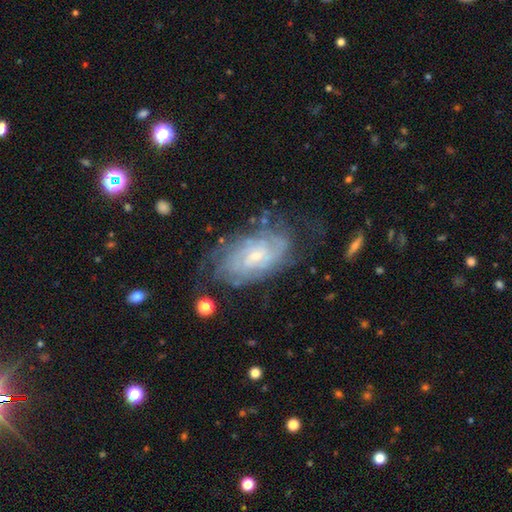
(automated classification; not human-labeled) smooth_or_featured: featured or disk (p=0.80) [alt: smooth p=0.13]
disk_edge_on: no (p=0.95) [alt: yes p=0.05]
bar: no (p=0.54) [alt: weak p=0.39]
has_spiral_arms: yes (p=0.92) [alt: no p=0.08]
spiral_winding: tight (p=0.69) [alt: medium p=0.24]
spiral_arm_count: can't tell (p=0.54) [alt: 2 p=0.16]
bulge_size: small (p=0.65) [alt: moderate p=0.28]
merging: none (p=0.64) [alt: minor disturbance p=0.22]